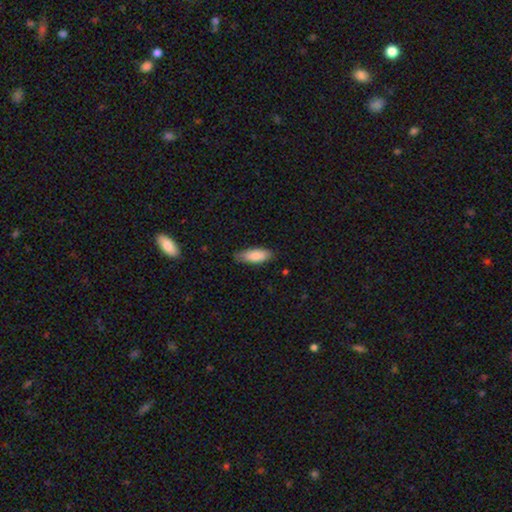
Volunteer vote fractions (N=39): smooth_or_featured: smooth (p=0.90) [alt: featured or disk p=0.05]
how_rounded: in between (p=0.71) [alt: cigar-shaped p=0.29]
merging: none (p=0.86) [alt: minor disturbance p=0.08]